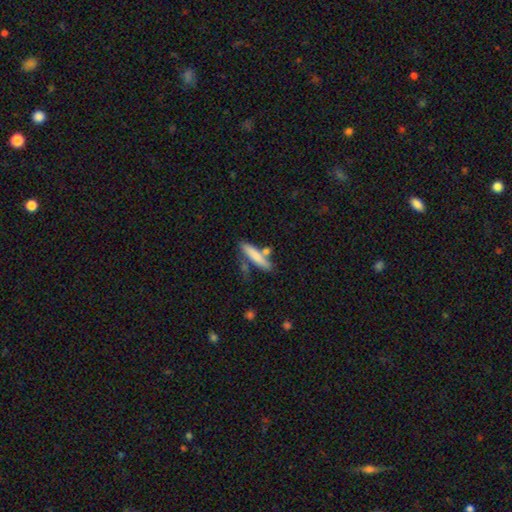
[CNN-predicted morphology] smooth-or-featured: smooth: 76% | featured or disk: 18% | star or artifact: 6%
  how-rounded: cigar-shaped: 82% | in between: 16% | round: 2%
  merging: none: 65% | merger: 15% | minor disturbance: 15% | major disturbance: 5%